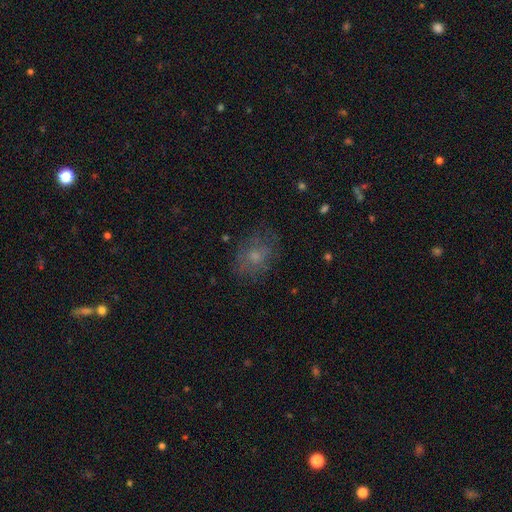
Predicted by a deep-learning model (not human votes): This is possibly a smooth galaxy (57%). How rounded: possibly in between (50%). Merging: likely none (65%).